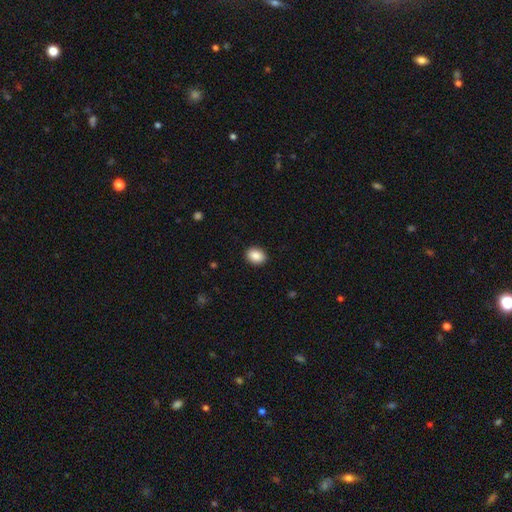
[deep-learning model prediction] Smooth or featured? smooth (88%)
How rounded? in between (58%)
Merging? none (91%)